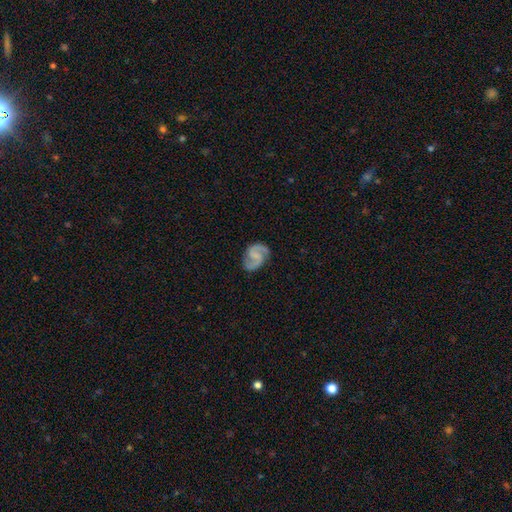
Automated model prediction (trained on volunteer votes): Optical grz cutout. It shows a featured or disk galaxy (88%) with a weak bar (48%), 2 (94%) medium (57%) spiral arms (97%) and no central bulge (43%). Merging: none (82%).